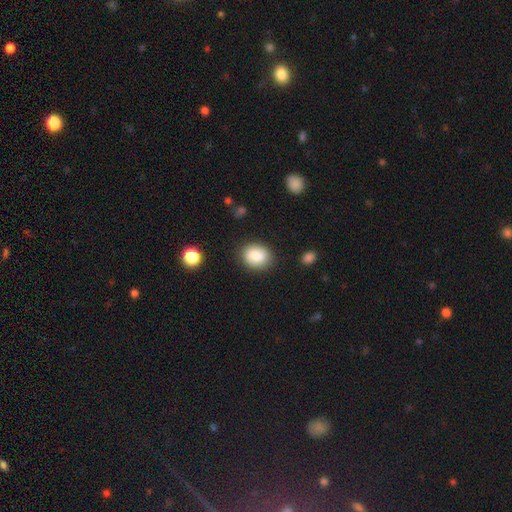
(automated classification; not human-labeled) This appears to be a smooth galaxy with no disk features (70%) that is round (57%). Merging: none (82%).